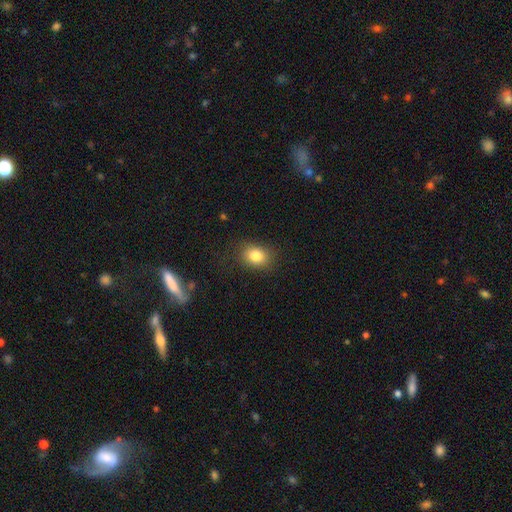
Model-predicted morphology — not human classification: Overall: smooth (83%). How rounded: in between (62%; round 37%). Merging: none (82%).